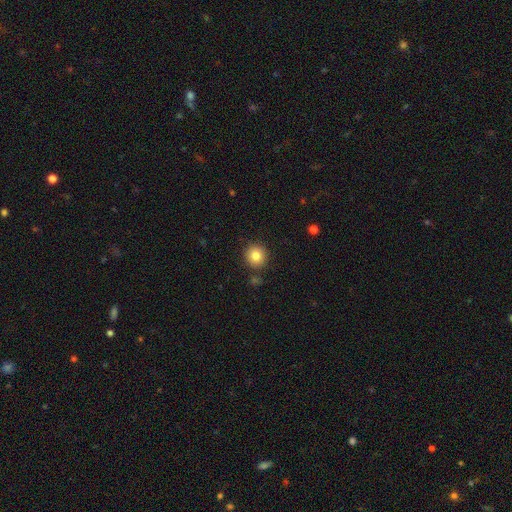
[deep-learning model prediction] Morphology: type=smooth (83%); roundness=round (92%); merging=none (88%).